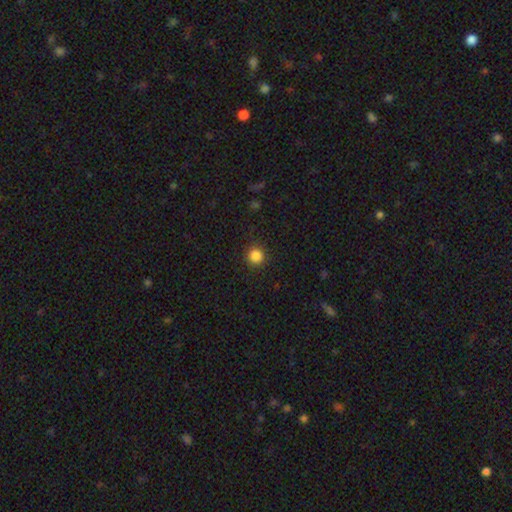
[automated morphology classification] Smooth or featured? Predicted: smooth (p=0.85). How rounded? Predicted: round (p=0.95). Merging? Predicted: none (p=0.91).